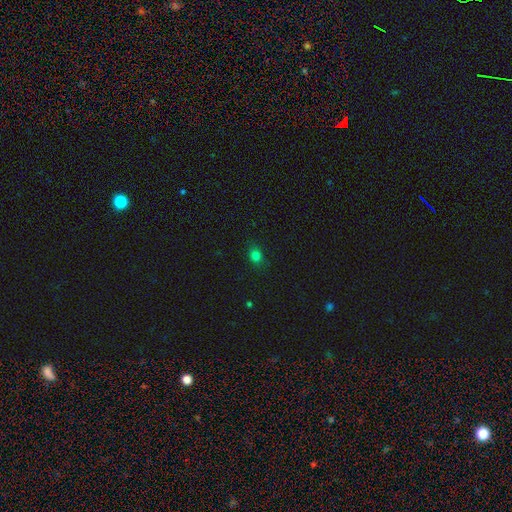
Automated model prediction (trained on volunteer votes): smooth 78%, star or artifact 17%, featured or disk 5%. Down the decision tree: how rounded — round (53%); merging — none (84%).